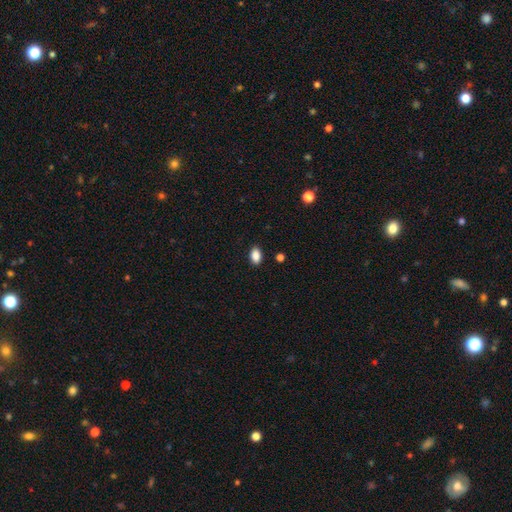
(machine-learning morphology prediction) The model was most divided on "how rounded": in between: 88%, round: 10%, cigar-shaped: 2%. More confident: merging — none (88%); smooth or featured — smooth (88%).